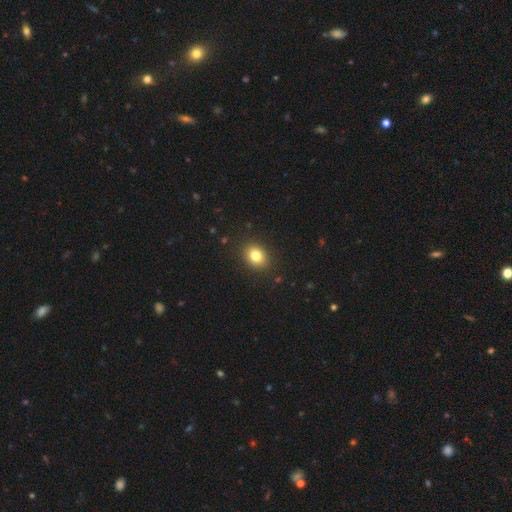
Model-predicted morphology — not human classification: This appears to be a smooth galaxy with no disk features (81%) that is in between round and cigar-shaped (50%). Merging: none (89%).